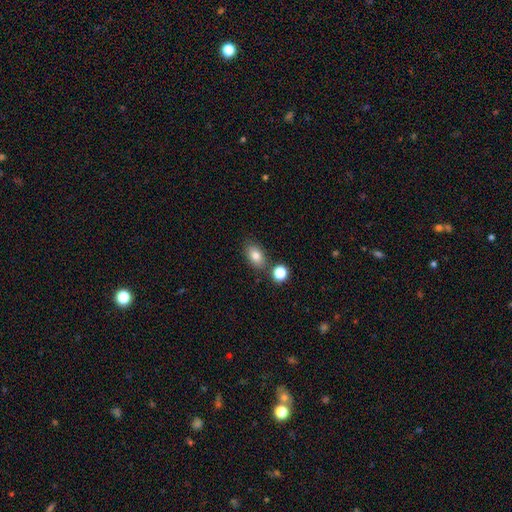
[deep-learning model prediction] smooth_or_featured: smooth (p=0.80) [alt: star or artifact p=0.10]
how_rounded: in between (p=0.82) [alt: round p=0.16]
merging: none (p=0.75) [alt: minor disturbance p=0.12]